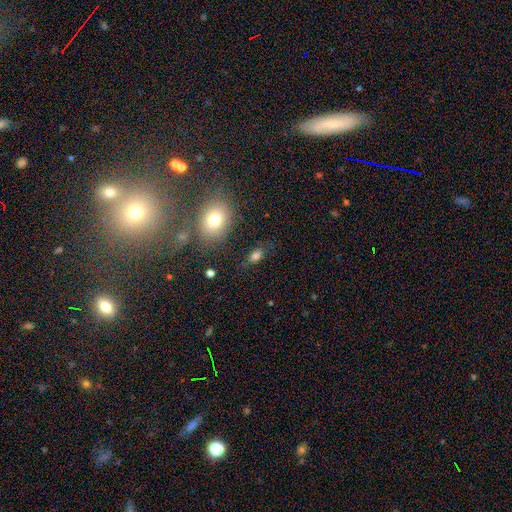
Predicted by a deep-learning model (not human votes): Smooth or featured? Predicted: smooth (p=0.76). How rounded? Predicted: in between (p=0.81). Merging? Predicted: none (p=0.69).